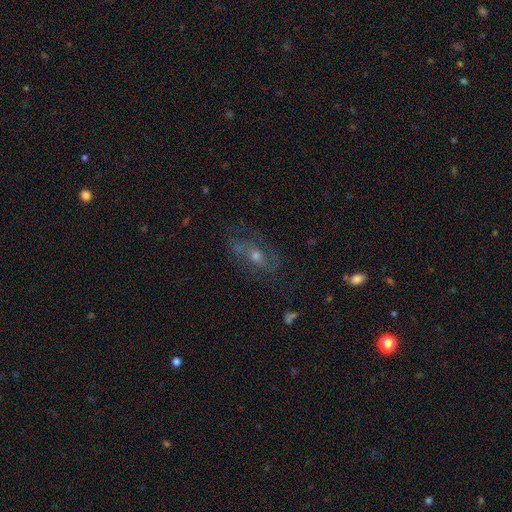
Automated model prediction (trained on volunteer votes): This appears to be a featured or disk galaxy (59%) with no bar (60%), spiral arms (75%) and a moderate central bulge (61%). Merging: none (72%).